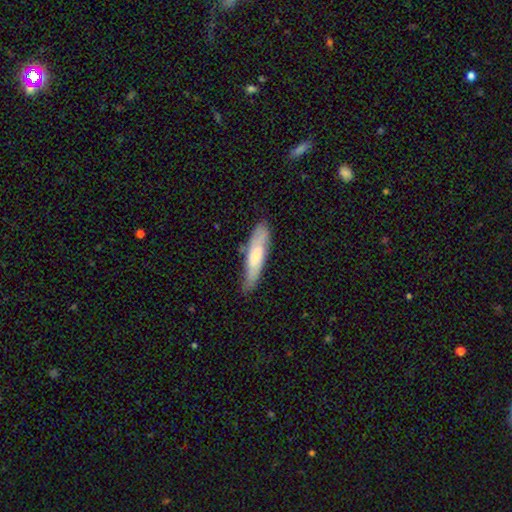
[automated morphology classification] A smooth galaxy with no disk features (64%) that is cigar-shaped (76%). Merging: none (72%).